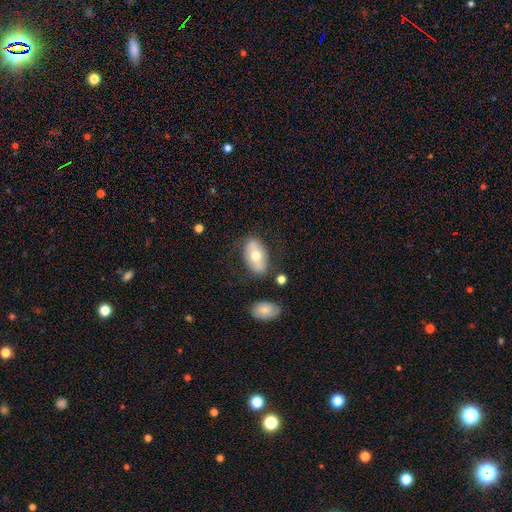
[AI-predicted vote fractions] Q: Smooth or featured?
A: smooth (58%); runner-up: featured or disk (35%)
Q: How rounded?
A: in between (91%); runner-up: round (7%)
Q: Merging?
A: none (73%); runner-up: minor disturbance (17%)